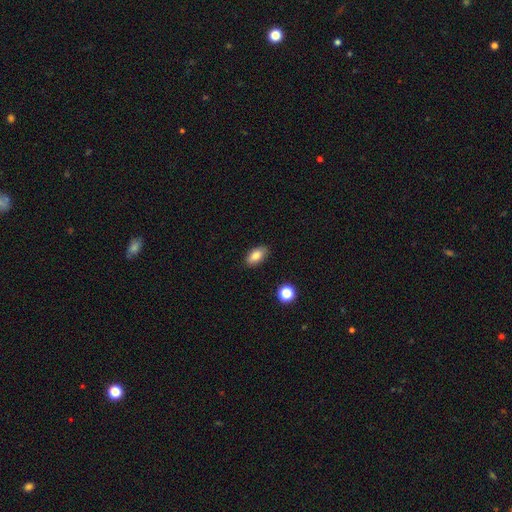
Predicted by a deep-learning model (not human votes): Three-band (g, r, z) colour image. It shows a smooth galaxy with no disk features (82%) that is in between round and cigar-shaped (91%). Merging: none (86%).